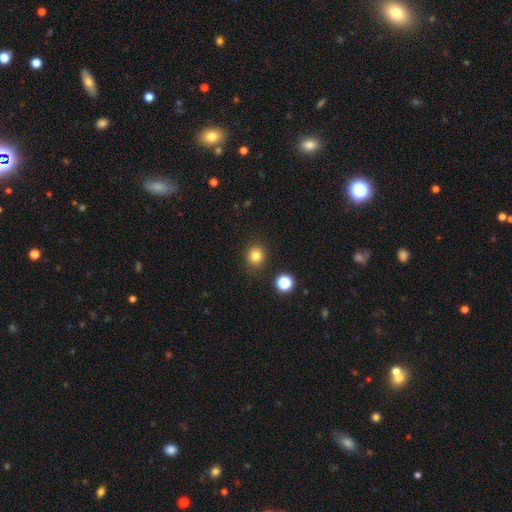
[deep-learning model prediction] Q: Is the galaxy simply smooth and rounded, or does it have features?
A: smooth — 81%.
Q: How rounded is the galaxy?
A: round — 87%.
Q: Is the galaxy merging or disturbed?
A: none — 87%.